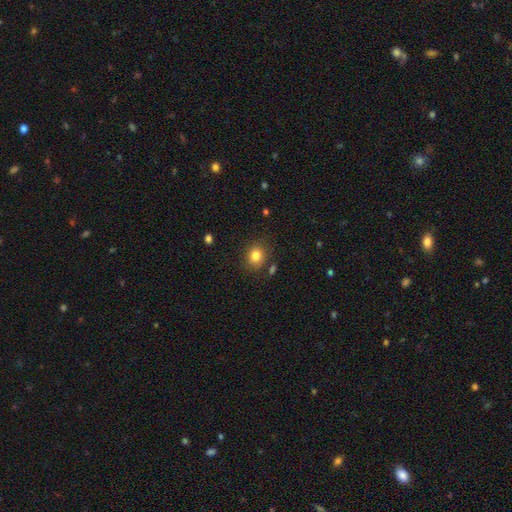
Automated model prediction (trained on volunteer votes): Smooth or featured? smooth (83%)
How rounded? round (68%)
Merging? none (81%)